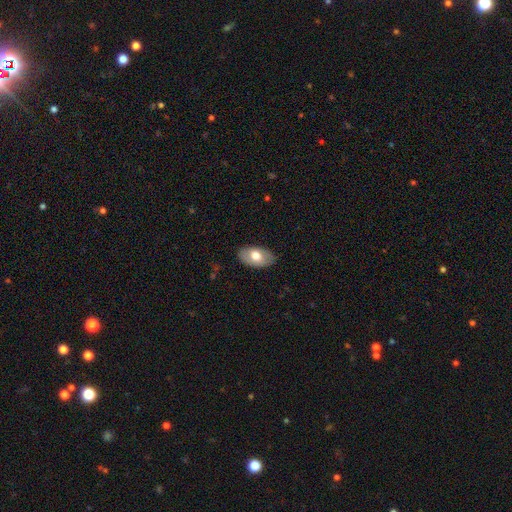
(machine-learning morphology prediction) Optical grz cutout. It shows a smooth galaxy with no disk features (66%) that is in between round and cigar-shaped (93%). Merging: none (84%).